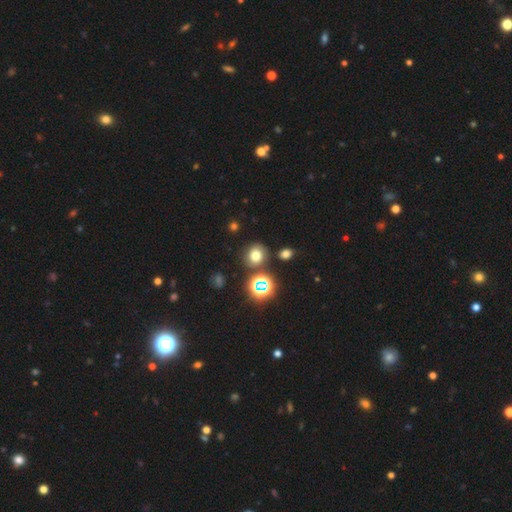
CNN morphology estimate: Smooth or featured?
  - smooth: 66% *
  - star or artifact: 24%
  - featured or disk: 9%
How rounded?
  - round: 81% *
  - in between: 18%
  - cigar-shaped: 1%
Merging?
  - none: 78% *
  - minor disturbance: 11%
  - merger: 8%
  - major disturbance: 4%